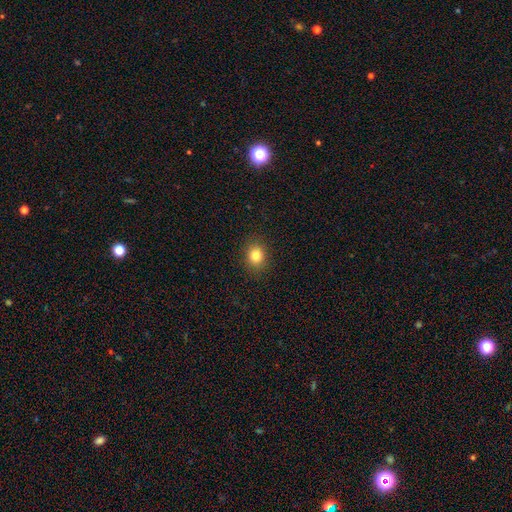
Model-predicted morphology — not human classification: This appears to be a smooth galaxy with no disk features (82%) that is round (70%). Merging: none (90%).